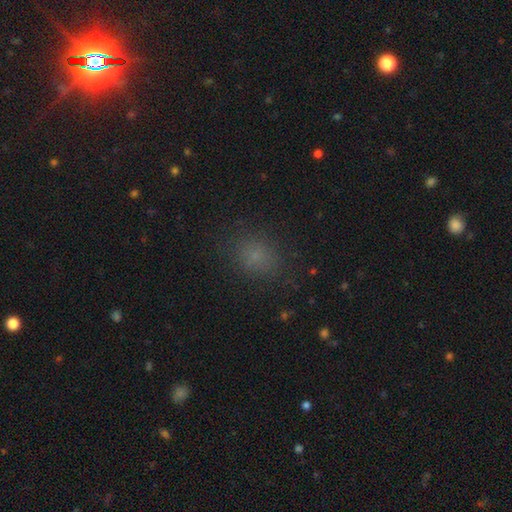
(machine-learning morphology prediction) This appears to be a smooth galaxy with no disk features (73%) that is round (57%). Merging: none (81%).